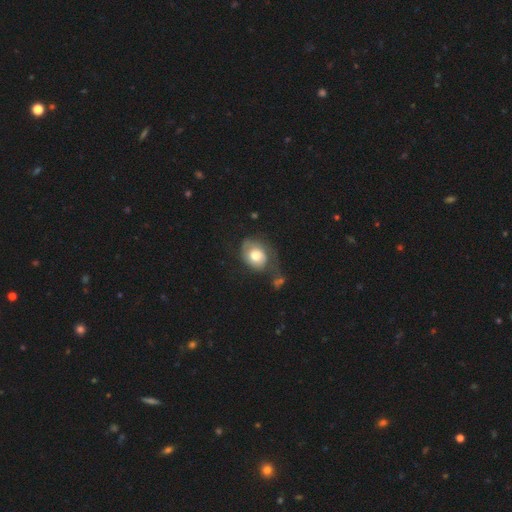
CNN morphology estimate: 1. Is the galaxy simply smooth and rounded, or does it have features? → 57% smooth, 35% featured or disk, 7% star or artifact.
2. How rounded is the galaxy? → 58% in between, 41% round, 1% cigar-shaped.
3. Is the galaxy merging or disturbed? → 41% none, 28% minor disturbance, 24% major disturbance, 8% merger.